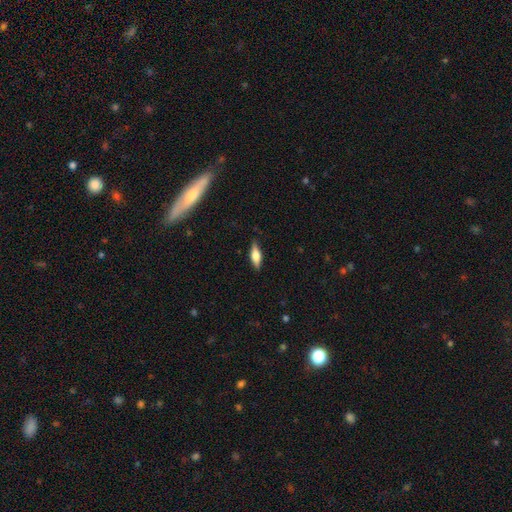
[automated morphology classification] Smooth or featured: smooth — 59% (featured or disk — 35%)
How rounded: in between — 57% (cigar-shaped — 40%)
Merging: none — 84% (minor disturbance — 13%)